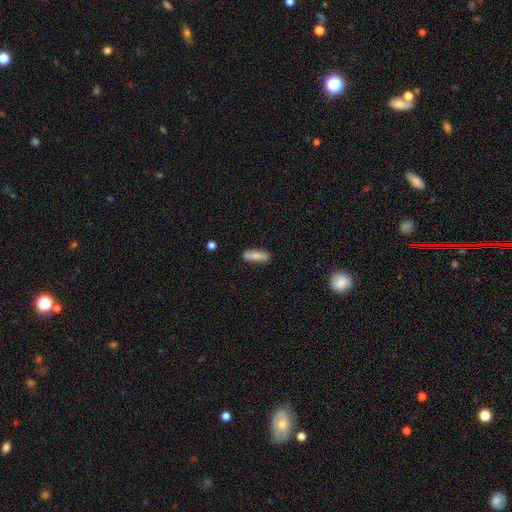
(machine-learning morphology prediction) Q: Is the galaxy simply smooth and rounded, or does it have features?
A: smooth — 76%.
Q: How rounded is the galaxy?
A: in between — 53%.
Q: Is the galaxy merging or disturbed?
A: none — 83%.